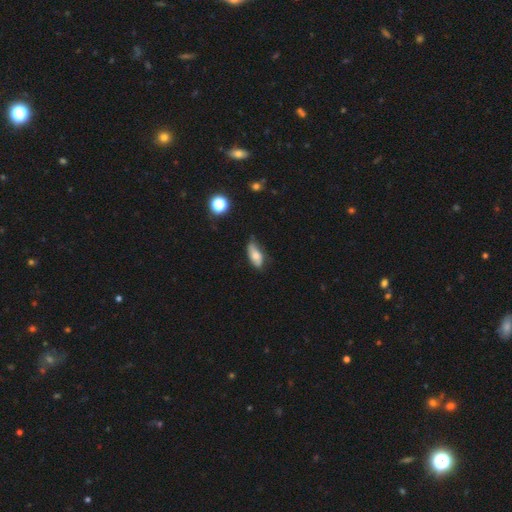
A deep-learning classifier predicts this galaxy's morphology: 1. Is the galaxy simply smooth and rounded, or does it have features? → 70% smooth, 22% featured or disk, 8% star or artifact.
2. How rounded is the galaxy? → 81% in between, 15% cigar-shaped, 3% round.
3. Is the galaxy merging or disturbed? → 49% none, 39% minor disturbance, 9% major disturbance, 2% merger.